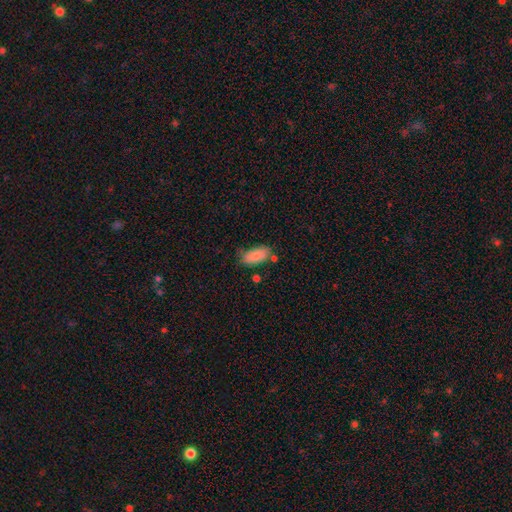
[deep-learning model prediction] Smooth or featured? smooth (86%)
How rounded? in between (88%)
Merging? none (67%)